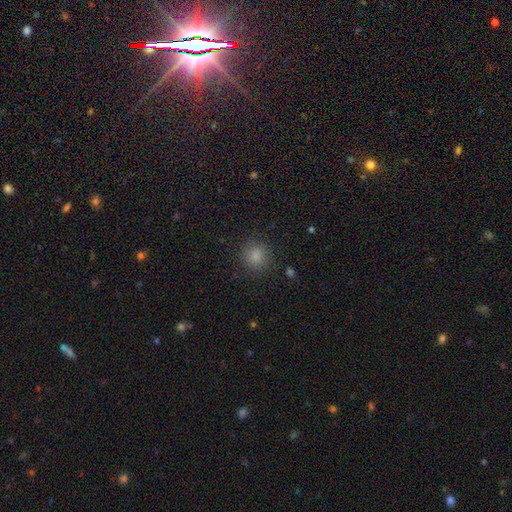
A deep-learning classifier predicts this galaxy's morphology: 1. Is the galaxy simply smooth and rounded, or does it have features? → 82% smooth, 13% star or artifact, 5% featured or disk.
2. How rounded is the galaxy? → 90% round, 9% in between, 1% cigar-shaped.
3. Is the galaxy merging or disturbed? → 87% none, 8% minor disturbance, 3% major disturbance, 1% merger.